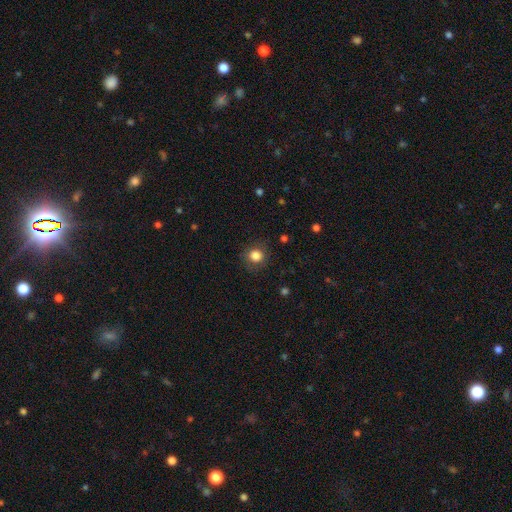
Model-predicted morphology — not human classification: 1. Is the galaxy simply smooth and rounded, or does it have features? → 84% smooth, 11% star or artifact, 5% featured or disk.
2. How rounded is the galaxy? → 86% round, 13% in between, 1% cigar-shaped.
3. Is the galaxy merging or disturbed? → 84% none, 11% minor disturbance, 4% major disturbance, 1% merger.